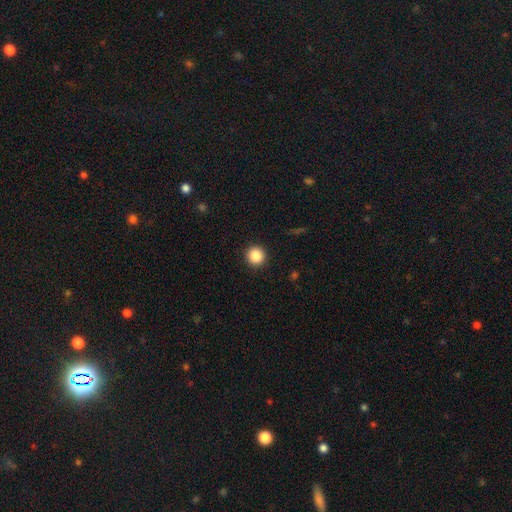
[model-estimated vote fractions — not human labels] smooth 87%, star or artifact 9%, featured or disk 3%. Down the decision tree: how rounded — round (95%); merging — none (92%).